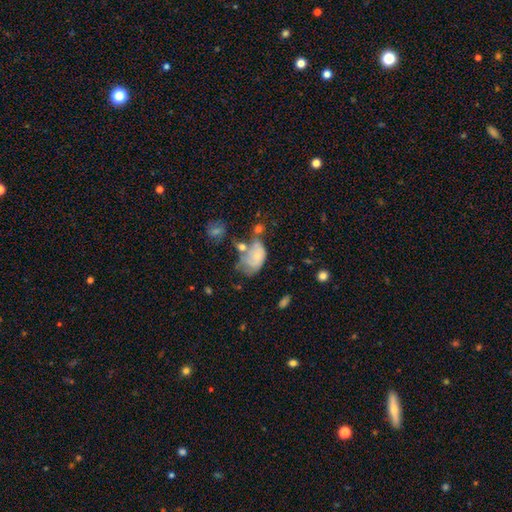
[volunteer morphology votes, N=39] featured or disk 51%, smooth 49%, star or artifact 0%. Down the decision tree: edge-on disk — no (100%); bar — no (85%); spiral arms — no (65%); bulge size — small (45%); merging — major disturbance (38%).